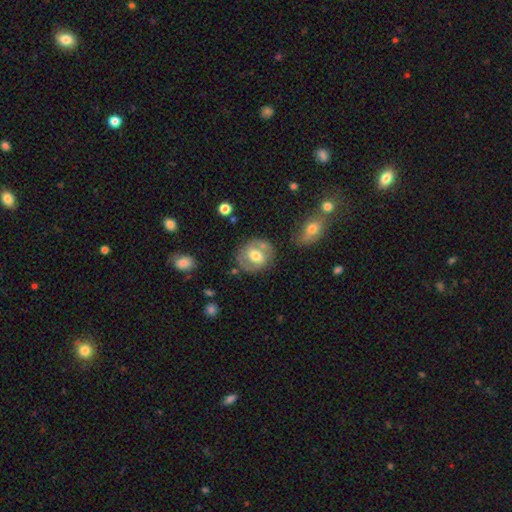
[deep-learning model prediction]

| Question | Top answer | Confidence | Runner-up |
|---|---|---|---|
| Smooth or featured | smooth | 47% | tied: featured or disk (47%) |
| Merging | none | 70% | minor disturbance (16%) |